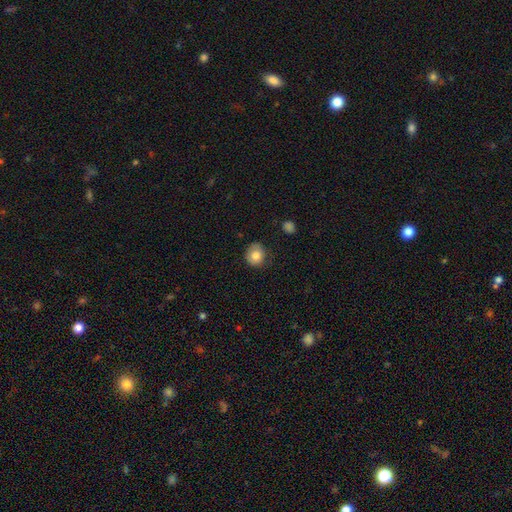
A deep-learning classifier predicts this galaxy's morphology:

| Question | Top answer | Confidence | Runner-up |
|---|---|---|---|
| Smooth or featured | smooth | 81% | featured or disk (10%) |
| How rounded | round | 80% | in between (19%) |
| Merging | none | 70% | minor disturbance (23%) |